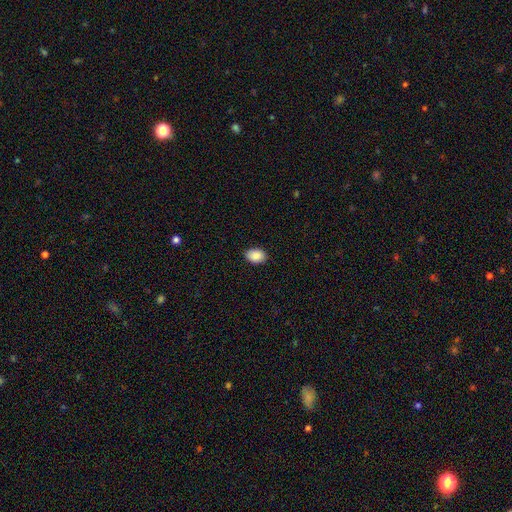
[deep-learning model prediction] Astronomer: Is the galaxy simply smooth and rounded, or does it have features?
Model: smooth — 89%.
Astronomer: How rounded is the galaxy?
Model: in between — 85%.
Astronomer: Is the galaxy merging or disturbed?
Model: none — 88%.